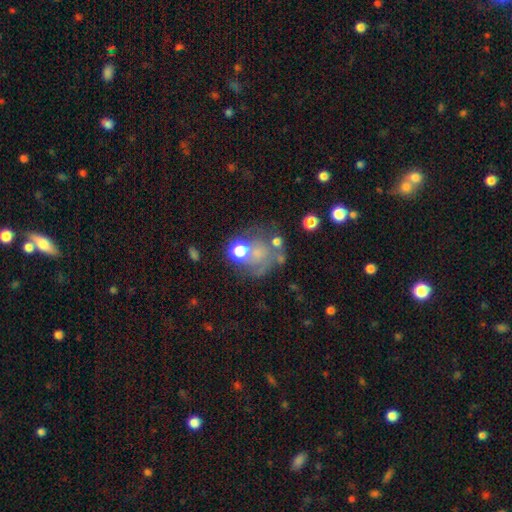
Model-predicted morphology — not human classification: smooth 42%, featured or disk 38%, star or artifact 20%. Down the decision tree: merging — none (40%).